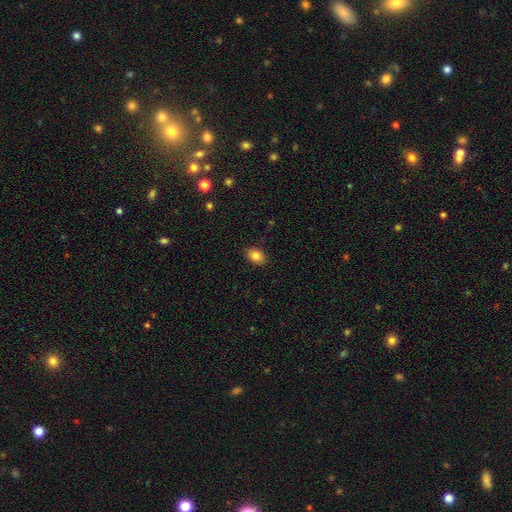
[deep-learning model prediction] A smooth galaxy with no disk features (85%) that is in between round and cigar-shaped (80%).

Vote fractions:
- Smooth or featured? smooth: 85% / star or artifact: 9% / featured or disk: 6%
- How rounded? in between: 80% / round: 19% / cigar-shaped: 1%
- Merging? none: 88% / minor disturbance: 9% / major disturbance: 2% / merger: 1%